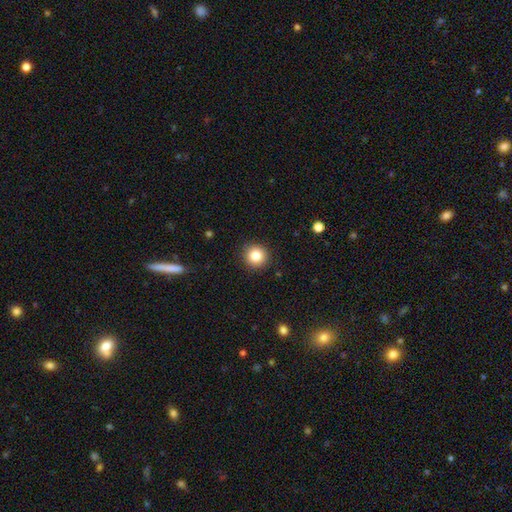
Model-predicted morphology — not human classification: Smooth or featured? smooth (84%)
How rounded? round (94%)
Merging? none (92%)